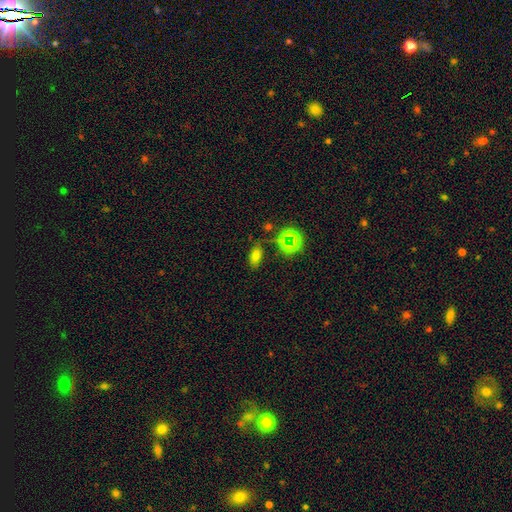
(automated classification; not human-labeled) This is likely a smooth galaxy (66%). How rounded: clearly in between (88%). Merging: likely none (70%).